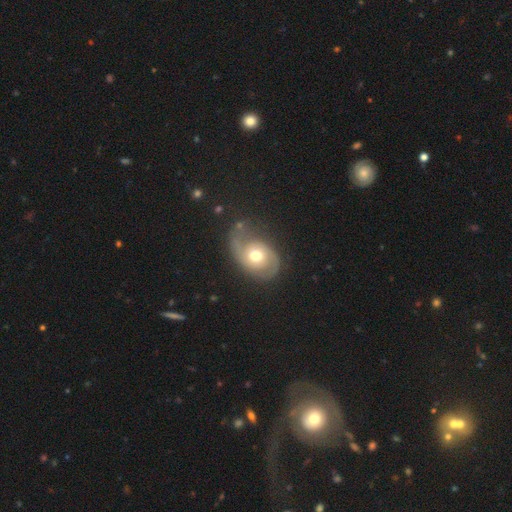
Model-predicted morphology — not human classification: A featured or disk galaxy (74%) with no bar (75%), 2 (80%) medium (44%) spiral arms (90%) and a moderate central bulge (72%).

Vote fractions:
- Smooth or featured? featured or disk: 74% / smooth: 19% / star or artifact: 7%
- Edge-on disk? no: 97% / yes: 3%
- Bar? no: 75% / weak: 21% / strong: 4%
- Spiral arms? yes: 90% / no: 10%
- Spiral winding? medium: 44% / tight: 29% / loose: 28%
- Spiral arm count? 2: 80% / 1: 10% / can't tell: 6% / 3: 2% / 4: 1% / more than 4: 1%
- Bulge size? moderate: 72% / small: 17% / large: 9% / dominant: 1% / none: 1%
- Merging? none: 60% / minor disturbance: 22% / major disturbance: 14% / merger: 3%